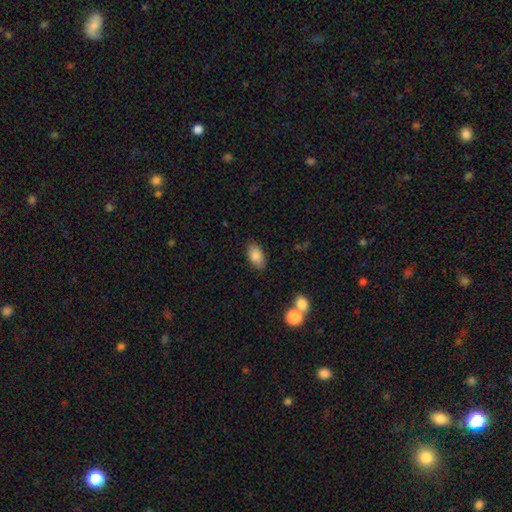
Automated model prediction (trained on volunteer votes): Smooth or featured?
  - smooth: 86% *
  - star or artifact: 8%
  - featured or disk: 7%
How rounded?
  - in between: 92% *
  - round: 5%
  - cigar-shaped: 3%
Merging?
  - none: 83% *
  - minor disturbance: 12%
  - major disturbance: 3%
  - merger: 2%